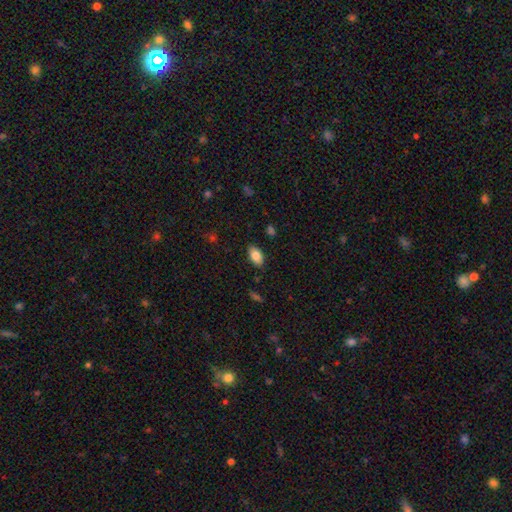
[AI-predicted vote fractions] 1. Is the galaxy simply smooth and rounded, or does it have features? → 85% smooth, 8% star or artifact, 8% featured or disk.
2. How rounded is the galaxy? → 93% in between, 5% round, 2% cigar-shaped.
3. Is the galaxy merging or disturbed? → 86% none, 10% minor disturbance, 2% major disturbance, 1% merger.